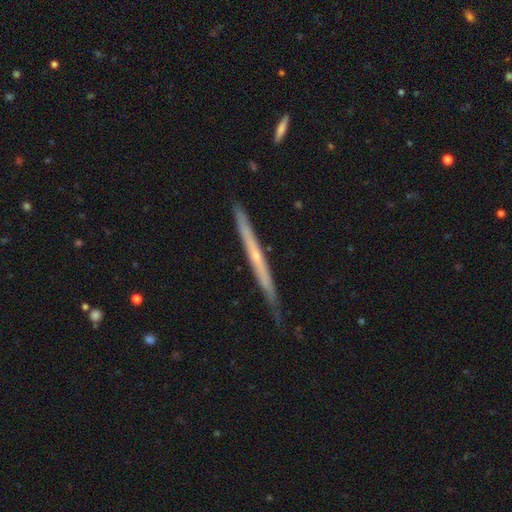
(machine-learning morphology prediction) type=featured or disk (67%); edge-on=yes (96%); edge-on bulge=none (57%); merging=none (78%).